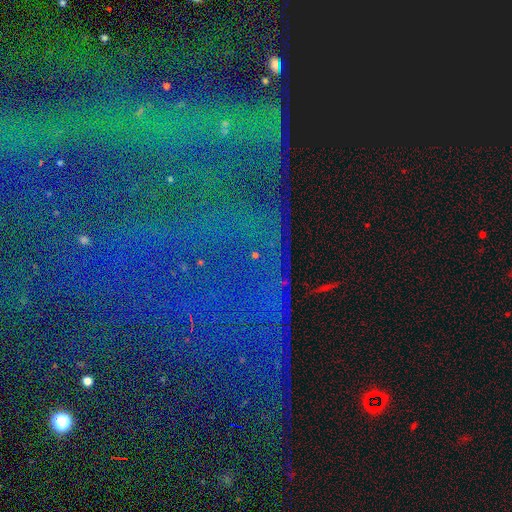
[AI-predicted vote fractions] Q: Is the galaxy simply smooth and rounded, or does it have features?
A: star or artifact — 83%.